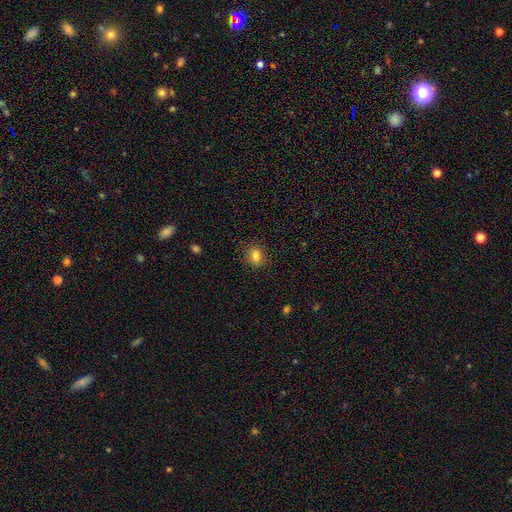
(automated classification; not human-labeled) Morphology: type=smooth (83%); roundness=round (58%); merging=none (88%).